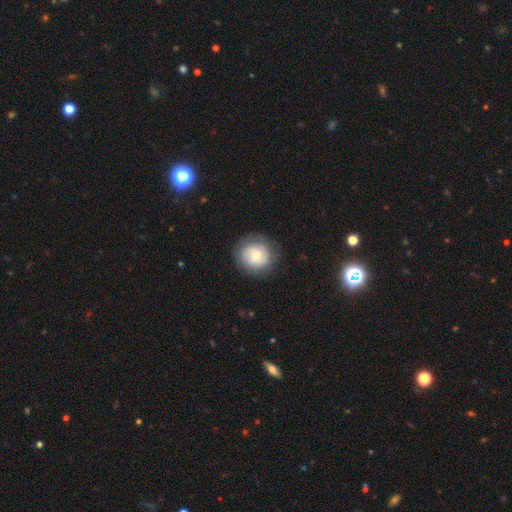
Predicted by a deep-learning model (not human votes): This appears to be a smooth galaxy with no disk features (48%). Merging: none (82%).